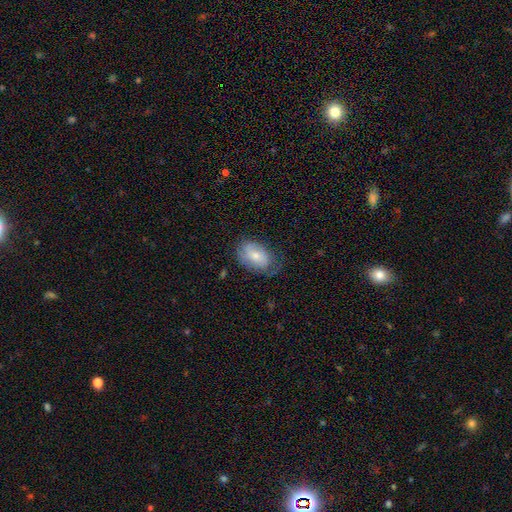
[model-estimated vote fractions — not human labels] This appears to be a smooth galaxy with no disk features (62%) that is in between round and cigar-shaped (88%). Merging: none (56%).